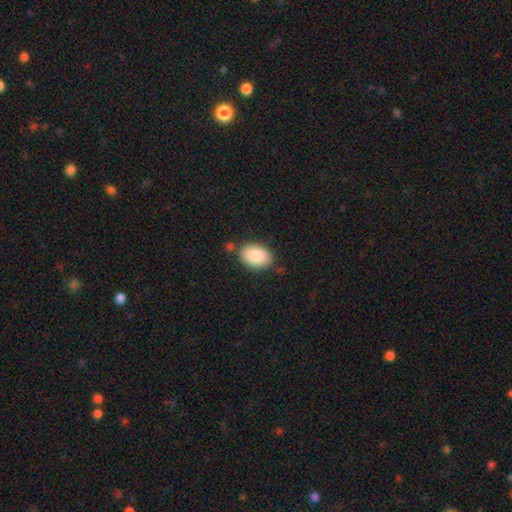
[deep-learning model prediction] Q: Smooth or featured?
A: smooth (88%); runner-up: star or artifact (6%)
Q: How rounded?
A: in between (87%); runner-up: round (12%)
Q: Merging?
A: none (77%); runner-up: minor disturbance (15%)